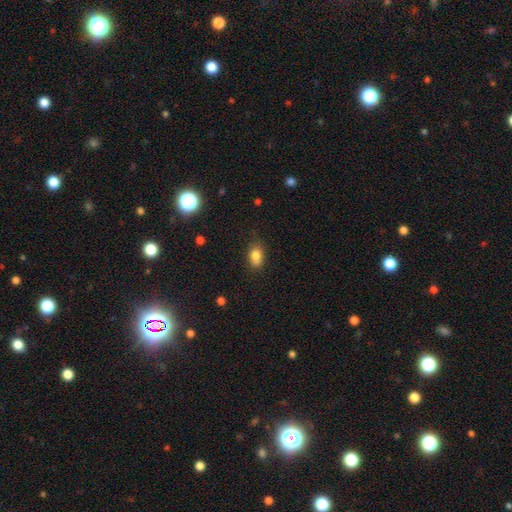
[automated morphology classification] smooth_or_featured: smooth (p=0.82) [alt: star or artifact p=0.10]
how_rounded: in between (p=0.79) [alt: round p=0.18]
merging: none (p=0.74) [alt: minor disturbance p=0.20]